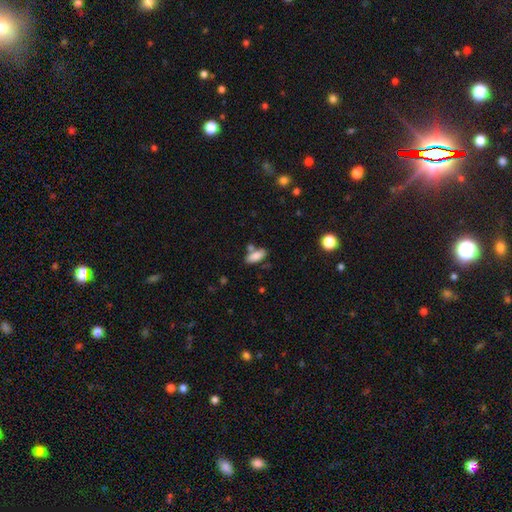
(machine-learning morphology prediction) Overall: smooth (85%). How rounded: in between (82%). Merging: none (65%).